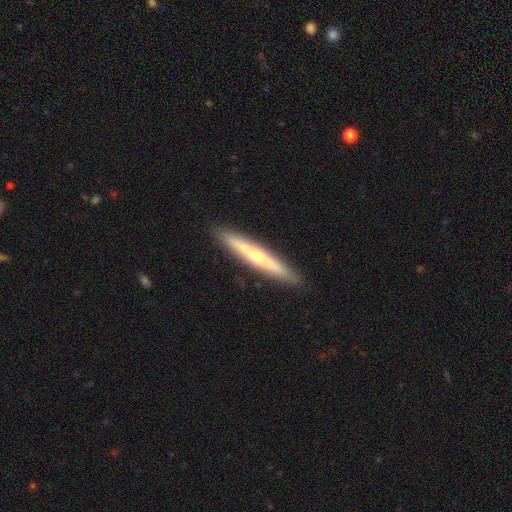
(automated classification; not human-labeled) smooth-or-featured: smooth: 50% | featured or disk: 44% | star or artifact: 5%
  how-rounded: cigar-shaped: 95% | in between: 3% | round: 1%
  merging: none: 91% | minor disturbance: 7% | major disturbance: 1% | merger: 1%